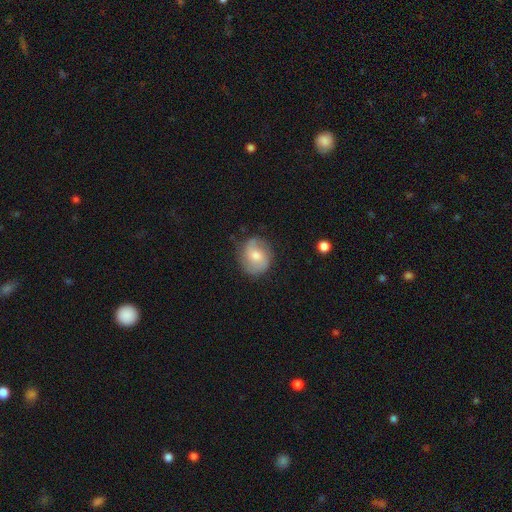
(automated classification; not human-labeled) smooth_or_featured: featured or disk (p=0.49) [alt: smooth p=0.44]
merging: none (p=0.74) [alt: minor disturbance p=0.18]